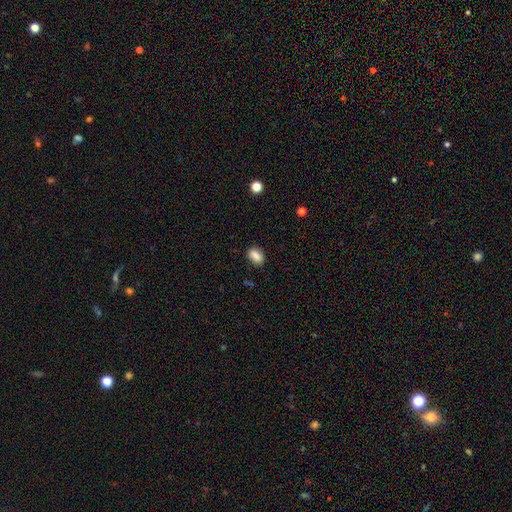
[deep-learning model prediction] The model was most divided on "how rounded": in between: 83%, round: 15%, cigar-shaped: 2%. More confident: smooth or featured — smooth (86%); merging — none (83%).